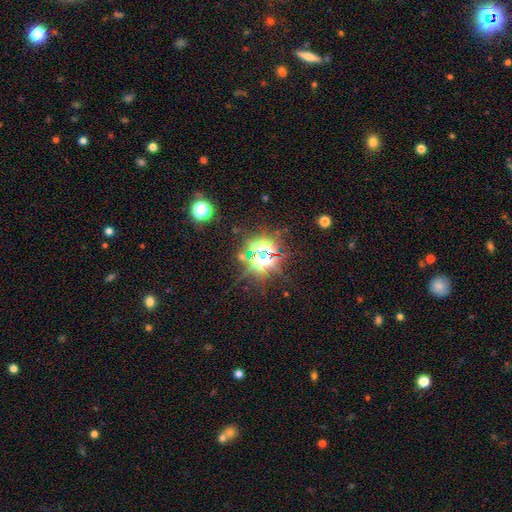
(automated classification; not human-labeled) Q: Smooth or featured?
A: star or artifact (80%); runner-up: smooth (12%)